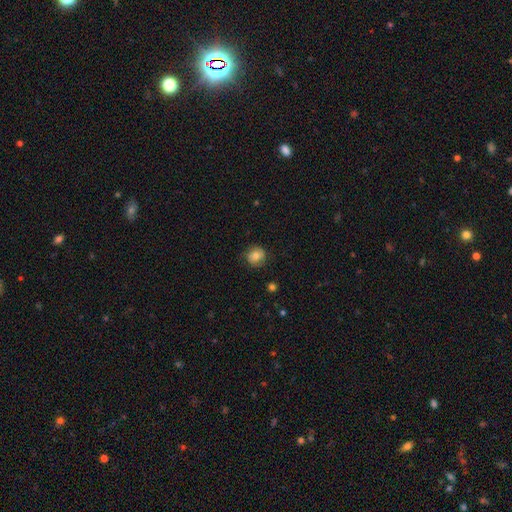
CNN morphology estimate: smooth 72%, featured or disk 18%, star or artifact 10%. Down the decision tree: how rounded — round (88%); merging — none (78%).